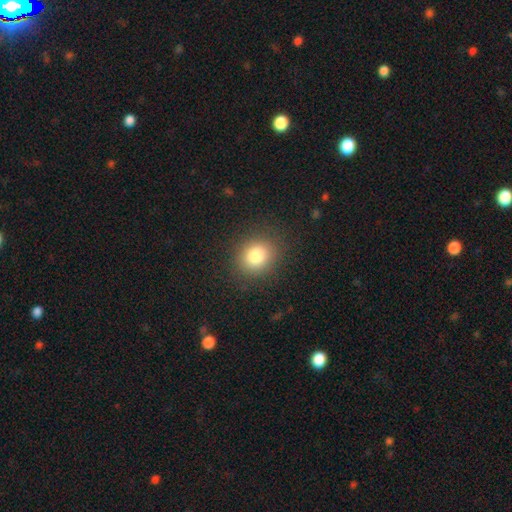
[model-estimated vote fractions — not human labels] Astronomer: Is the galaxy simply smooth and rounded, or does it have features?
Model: smooth — 81%.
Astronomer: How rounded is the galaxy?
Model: round — 73%.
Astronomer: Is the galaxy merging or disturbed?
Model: none — 88%.